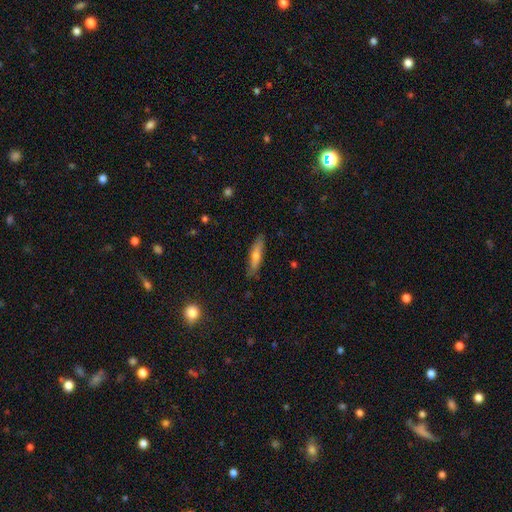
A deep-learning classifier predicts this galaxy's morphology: A smooth galaxy with no disk features (53%) that is cigar-shaped (80%).

Vote fractions:
- Smooth or featured? smooth: 53% / featured or disk: 40% / star or artifact: 7%
- How rounded? cigar-shaped: 80% / in between: 18% / round: 2%
- Merging? none: 84% / minor disturbance: 13% / major disturbance: 2% / merger: 1%